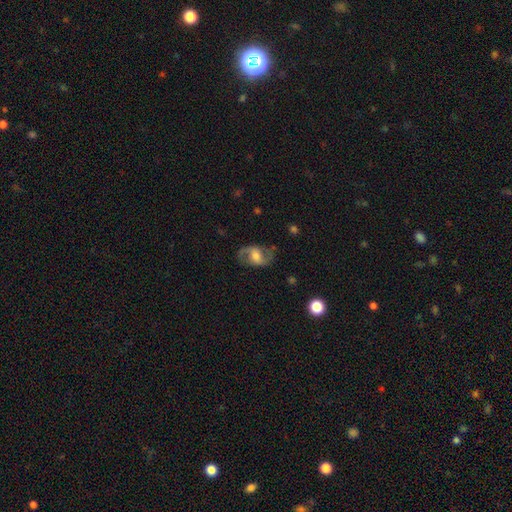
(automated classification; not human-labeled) smooth_or_featured: featured or disk (p=0.76) [alt: smooth p=0.18]
disk_edge_on: no (p=0.96) [alt: yes p=0.04]
bar: weak (p=0.46) [alt: no p=0.35]
has_spiral_arms: yes (p=0.91) [alt: no p=0.09]
spiral_winding: loose (p=0.45) [tied with: medium p=0.45]
spiral_arm_count: 2 (p=0.91) [alt: can't tell p=0.04]
bulge_size: moderate (p=0.48) [alt: large p=0.25]
merging: none (p=0.75) [alt: minor disturbance p=0.16]